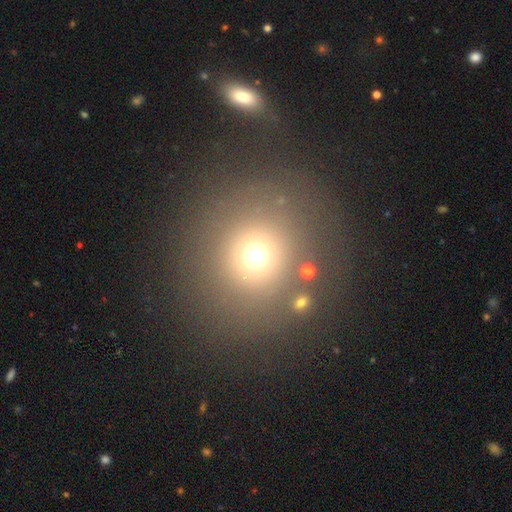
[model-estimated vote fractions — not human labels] This is likely a smooth galaxy (67%). How rounded: clearly round (89%). Merging: likely none (80%).